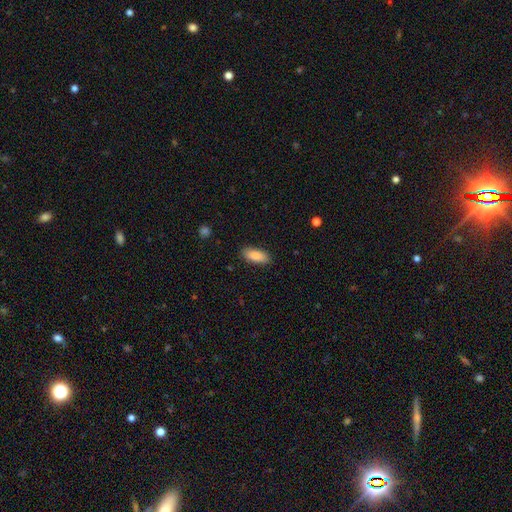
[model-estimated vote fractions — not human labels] The model was most divided on "how rounded": in between: 82%, cigar-shaped: 16%, round: 2%. More confident: smooth or featured — smooth (89%); merging — none (88%).